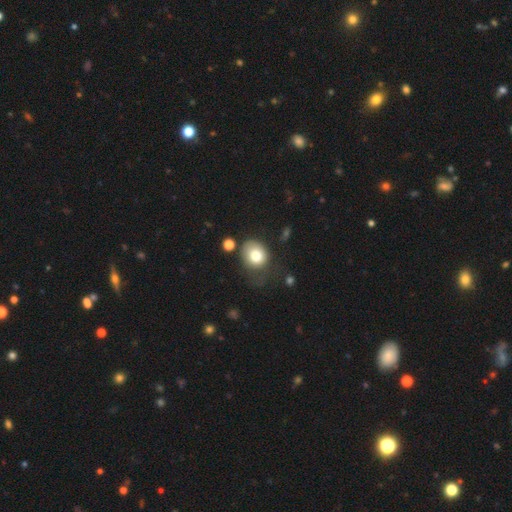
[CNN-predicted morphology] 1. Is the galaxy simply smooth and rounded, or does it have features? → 78% smooth, 13% featured or disk, 9% star or artifact.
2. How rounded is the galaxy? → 65% round, 34% in between, 1% cigar-shaped.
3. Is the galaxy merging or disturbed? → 46% none, 28% minor disturbance, 21% major disturbance, 5% merger.